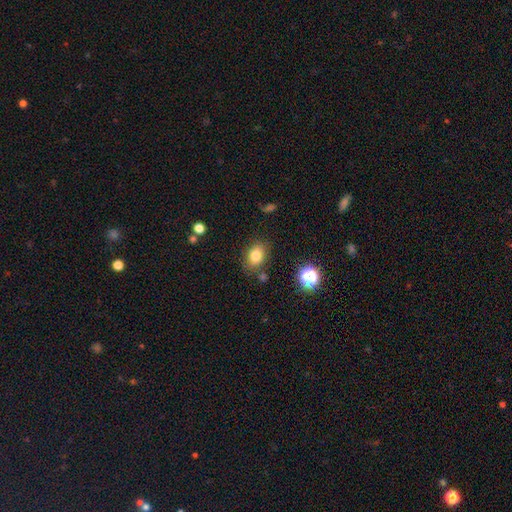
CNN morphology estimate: The model was most divided on "how rounded": in between: 72%, round: 27%, cigar-shaped: 1%. More confident: merging — none (80%); smooth or featured — smooth (79%).